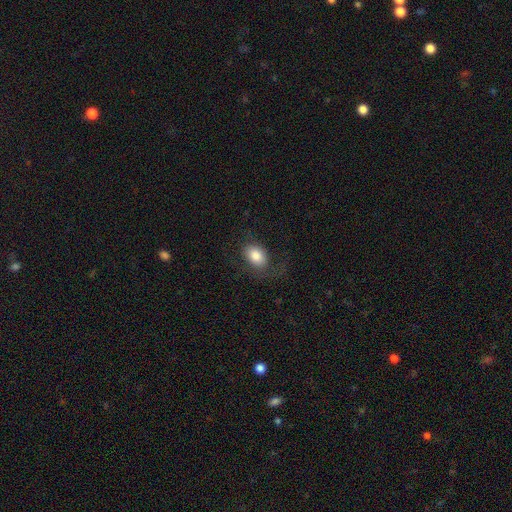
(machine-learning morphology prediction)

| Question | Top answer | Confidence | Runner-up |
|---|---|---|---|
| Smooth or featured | smooth | 78% | featured or disk (14%) |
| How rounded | in between | 79% | round (20%) |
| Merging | none | 64% | minor disturbance (17%) |